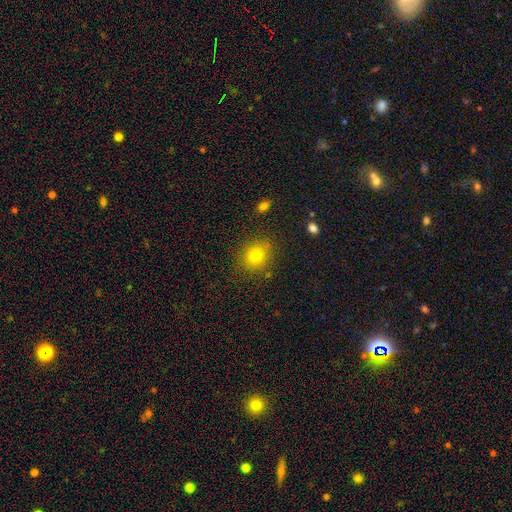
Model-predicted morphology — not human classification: Smooth or featured? Predicted: smooth (p=0.80). How rounded? Predicted: round (p=0.74). Merging? Predicted: none (p=0.82).